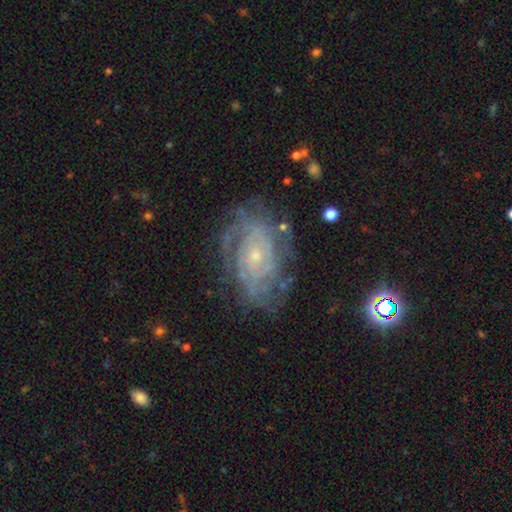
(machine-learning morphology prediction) smooth-or-featured: featured or disk: 83% | star or artifact: 8% | smooth: 8%
  disk-edge-on: no: 96% | yes: 4%
    bar: no: 72% | weak: 22% | strong: 5%
    has-spiral-arms: yes: 94% | no: 6%
      spiral-winding: tight: 69% | medium: 25% | loose: 6%
      spiral-arm-count: can't tell: 41% | 2: 19% | 3: 14% | 4: 12% | more than 4: 8% | 1: 6%
    bulge-size: small: 74% | moderate: 21% | none: 3% | large: 1% | dominant: 1%
  merging: none: 74% | minor disturbance: 17% | major disturbance: 8% | merger: 2%